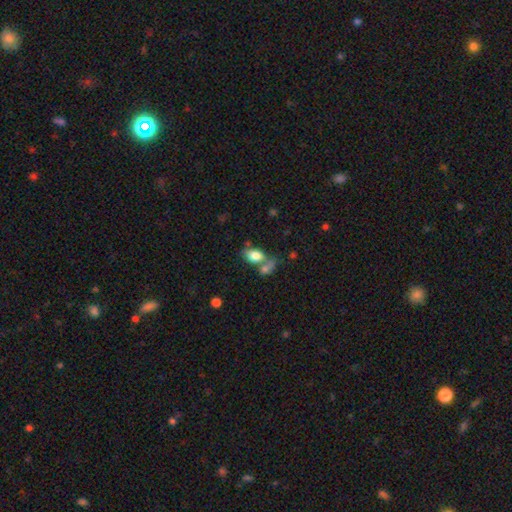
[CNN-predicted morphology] This appears to be a smooth galaxy with no disk features (79%) that is in between round and cigar-shaped (86%). Merging: merger (42%).